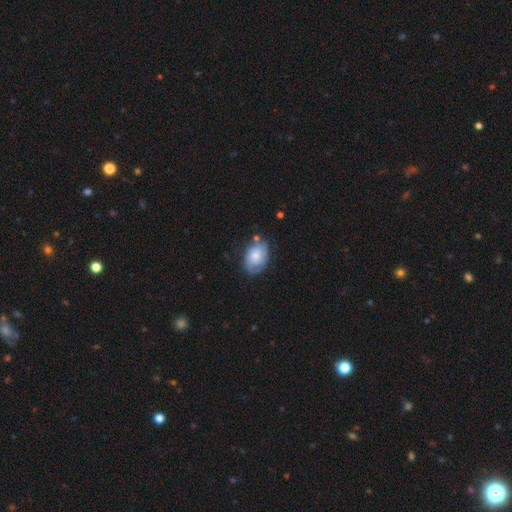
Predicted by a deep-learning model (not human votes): smooth_or_featured: smooth (p=0.47) [alt: featured or disk p=0.45]
merging: none (p=0.63) [alt: minor disturbance p=0.25]